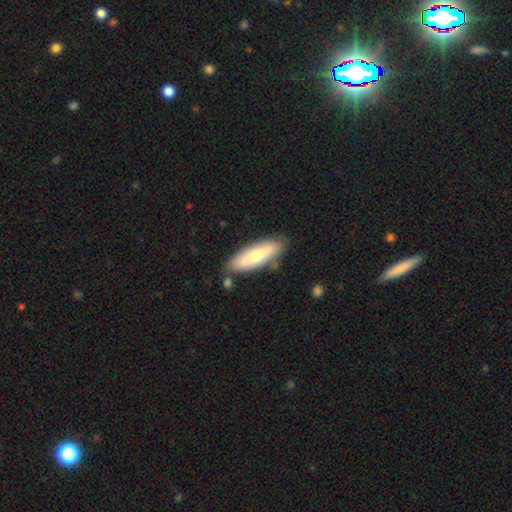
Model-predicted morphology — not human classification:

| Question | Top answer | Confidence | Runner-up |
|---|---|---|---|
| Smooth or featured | smooth | 60% | featured or disk (34%) |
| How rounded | in between | 51% | cigar-shaped (47%) |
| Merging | none | 76% | minor disturbance (15%) |